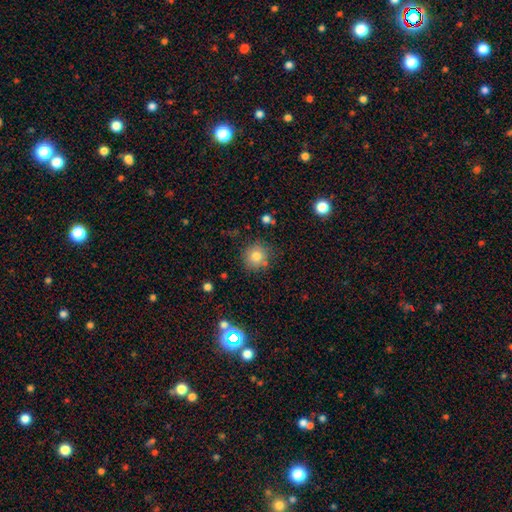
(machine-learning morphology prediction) A smooth galaxy with no disk features (78%) that is round (92%).

Vote fractions:
- Smooth or featured? smooth: 78% / star or artifact: 13% / featured or disk: 9%
- How rounded? round: 92% / in between: 7% / cigar-shaped: 1%
- Merging? none: 81% / minor disturbance: 10% / merger: 5% / major disturbance: 3%